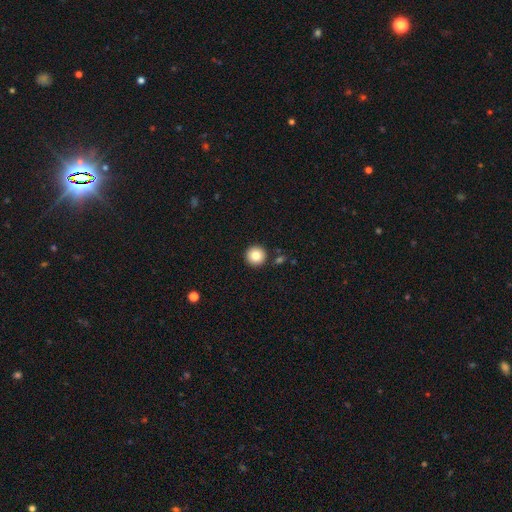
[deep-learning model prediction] Smooth or featured? Predicted: smooth (p=0.82). How rounded? Predicted: round (p=0.96). Merging? Predicted: none (p=0.91).